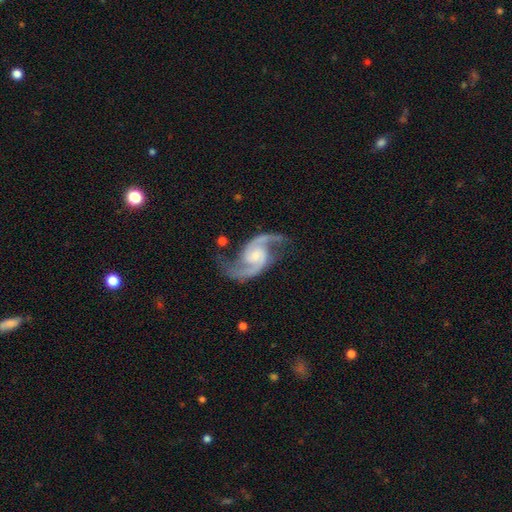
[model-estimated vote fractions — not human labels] A featured or disk galaxy (93%) with no bar (50%), 2 (95%) medium (53%) spiral arms (98%) and a small central bulge (45%).

Vote fractions:
- Smooth or featured? featured or disk: 93% / star or artifact: 4% / smooth: 3%
- Edge-on disk? no: 98% / yes: 2%
- Bar? no: 50% / weak: 40% / strong: 10%
- Spiral arms? yes: 98% / no: 2%
- Spiral winding? medium: 53% / loose: 37% / tight: 10%
- Spiral arm count? 2: 95% / can't tell: 1% / 3: 1% / 1: 1% / 4: 1% / more than 4: 1%
- Bulge size? small: 45% / moderate: 38% / none: 10% / large: 6% / dominant: 1%
- Merging? none: 76% / minor disturbance: 15% / major disturbance: 7% / merger: 2%